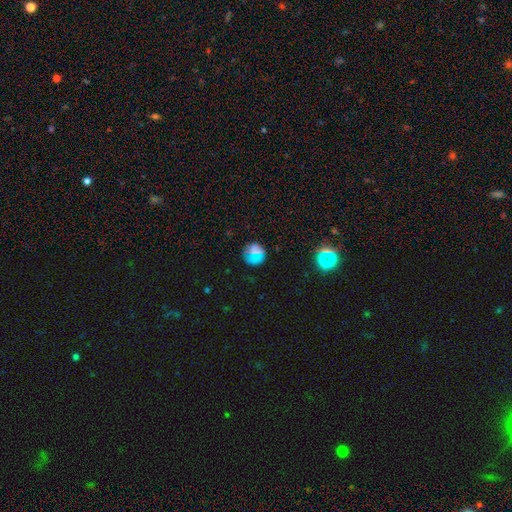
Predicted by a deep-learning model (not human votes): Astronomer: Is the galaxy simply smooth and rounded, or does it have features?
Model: smooth — 62%.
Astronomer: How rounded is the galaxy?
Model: round — 90%.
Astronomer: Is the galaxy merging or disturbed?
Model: none — 80%.